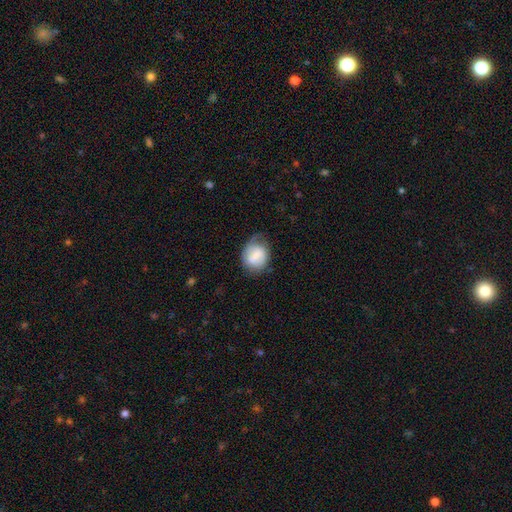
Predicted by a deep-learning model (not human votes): smooth-or-featured: smooth: 58% | featured or disk: 35% | star or artifact: 7%
  how-rounded: round: 59% | in between: 40% | cigar-shaped: 1%
  merging: none: 54% | minor disturbance: 31% | major disturbance: 13% | merger: 2%